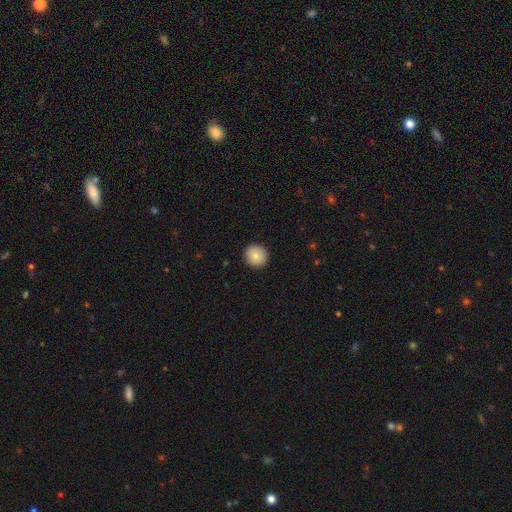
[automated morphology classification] A smooth galaxy with no disk features (84%) that is round (92%).

Vote fractions:
- Smooth or featured? smooth: 84% / star or artifact: 8% / featured or disk: 8%
- How rounded? round: 92% / in between: 7% / cigar-shaped: 1%
- Merging? none: 91% / minor disturbance: 6% / major disturbance: 2% / merger: 1%